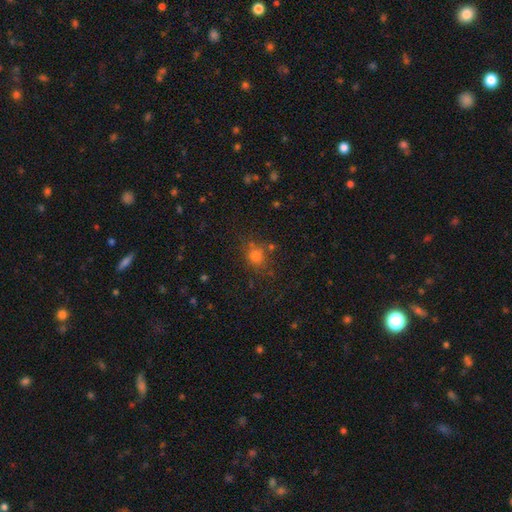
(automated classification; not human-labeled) Morphology: type=smooth (70%); roundness=round (72%); merging=none (72%).